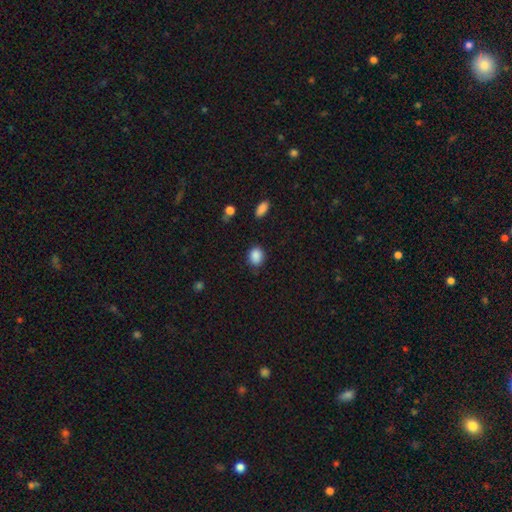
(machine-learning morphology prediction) A smooth galaxy with no disk features (88%) that is round (58%). Merging: none (79%).